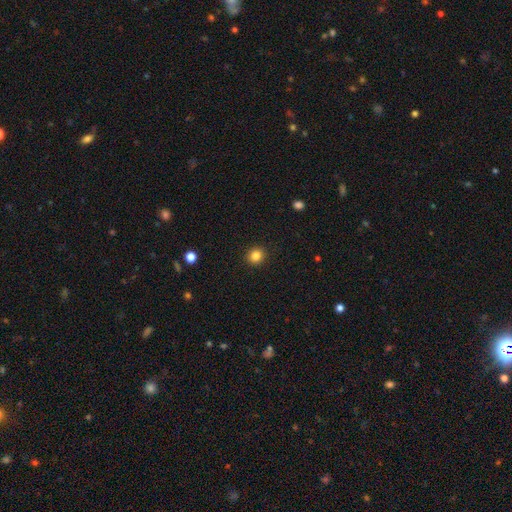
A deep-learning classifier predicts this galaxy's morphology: This is clearly a smooth galaxy (84%). How rounded: clearly round (90%). Merging: clearly none (92%).